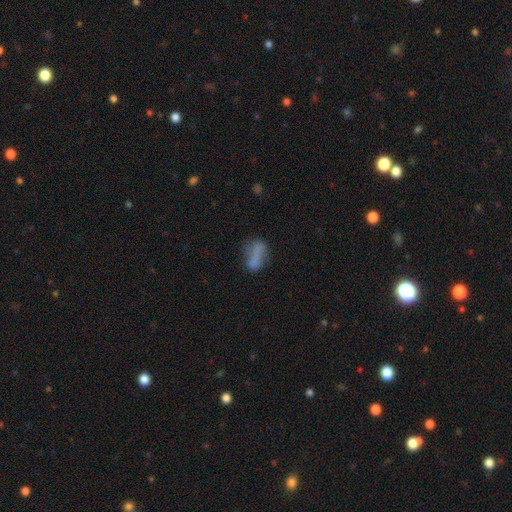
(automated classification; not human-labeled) This appears to be a smooth galaxy with no disk features (65%) that is in between round and cigar-shaped (67%). Merging: none (50%).